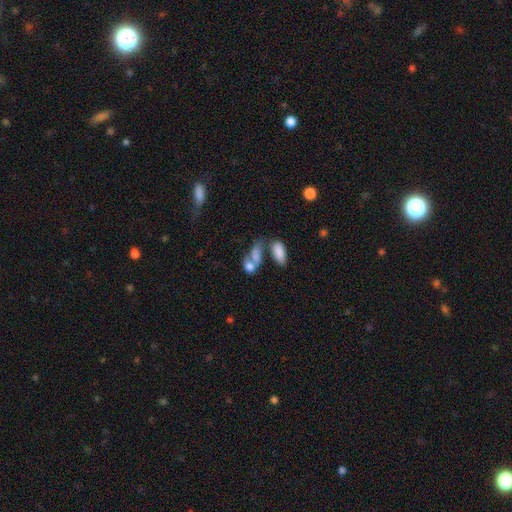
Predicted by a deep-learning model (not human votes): smooth 74%, featured or disk 16%, star or artifact 10%. Down the decision tree: how rounded — in between (81%); merging — merger (51%).